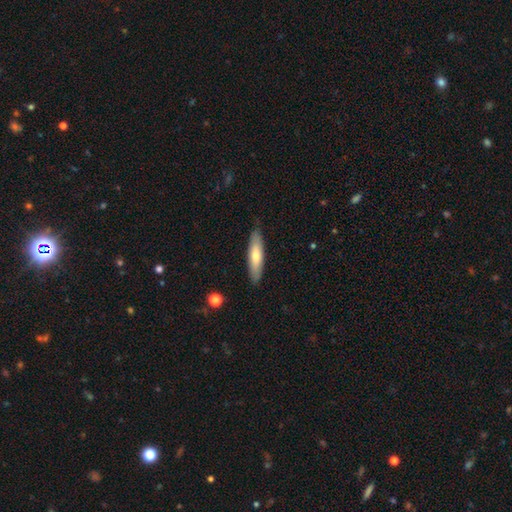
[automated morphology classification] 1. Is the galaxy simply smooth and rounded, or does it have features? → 66% smooth, 29% featured or disk, 6% star or artifact.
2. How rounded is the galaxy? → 73% cigar-shaped, 26% in between, 1% round.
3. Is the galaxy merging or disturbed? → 86% none, 10% minor disturbance, 2% major disturbance, 1% merger.